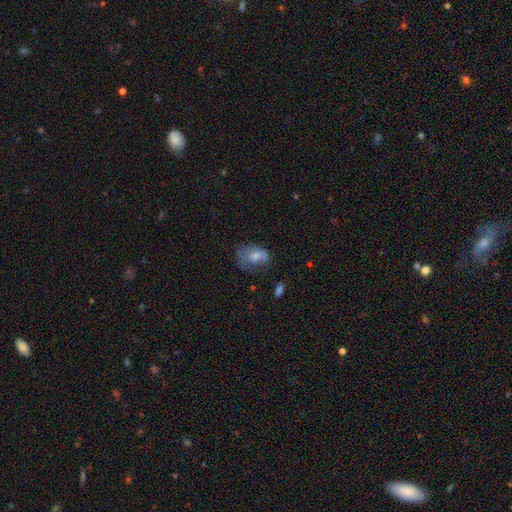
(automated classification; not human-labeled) smooth-or-featured: smooth: 49% | featured or disk: 38% | star or artifact: 13%
  merging: none: 39% | minor disturbance: 30% | major disturbance: 27% | merger: 4%